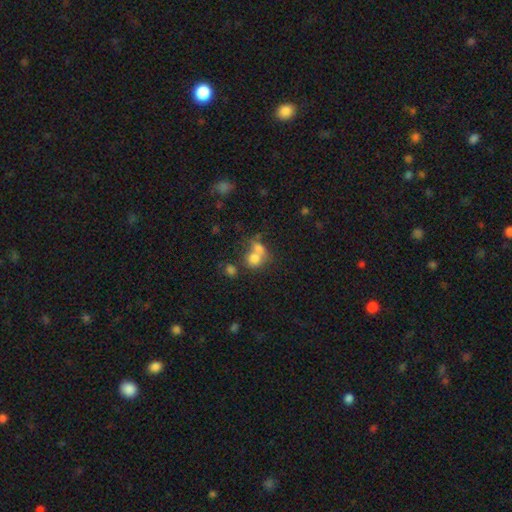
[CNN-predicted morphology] This appears to be a smooth galaxy with no disk features (72%) that is round (67%). Merging: merger (59%).